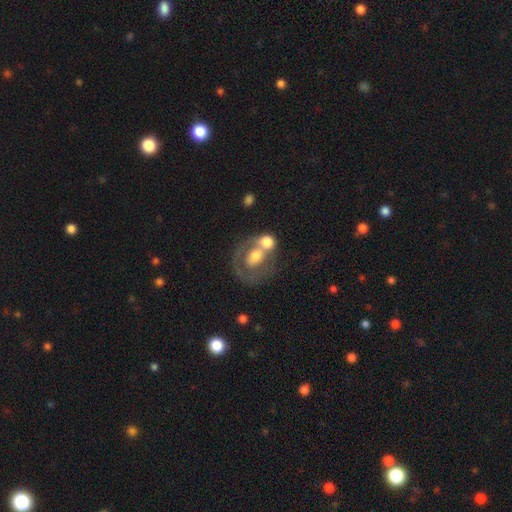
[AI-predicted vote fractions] Overall: featured or disk (51%; smooth 41%). Edge-on disk: no (96%). Merging: merger (39%; none 33%).